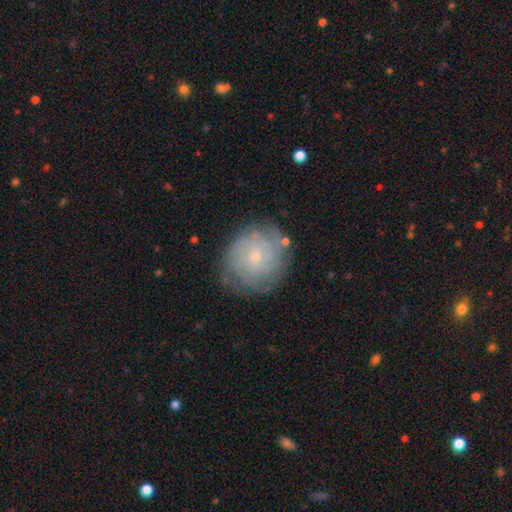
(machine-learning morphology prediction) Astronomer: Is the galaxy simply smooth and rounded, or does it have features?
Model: featured or disk — 63%.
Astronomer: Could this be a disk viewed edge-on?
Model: no — 97%.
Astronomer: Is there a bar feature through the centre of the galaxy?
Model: no — 72%.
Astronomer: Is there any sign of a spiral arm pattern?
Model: yes — 85%.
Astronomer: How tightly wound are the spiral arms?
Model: tight — 72%.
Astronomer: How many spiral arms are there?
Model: can't tell — 55%.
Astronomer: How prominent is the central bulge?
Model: small — 72%.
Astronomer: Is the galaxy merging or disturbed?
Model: none — 76%.